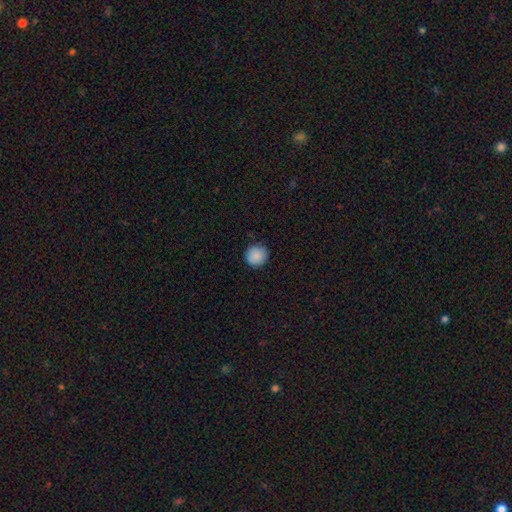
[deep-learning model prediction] Smooth or featured?
  - smooth: 87% *
  - star or artifact: 8%
  - featured or disk: 5%
How rounded?
  - round: 94% *
  - in between: 5%
  - cigar-shaped: 1%
Merging?
  - none: 89% *
  - minor disturbance: 8%
  - major disturbance: 2%
  - merger: 1%